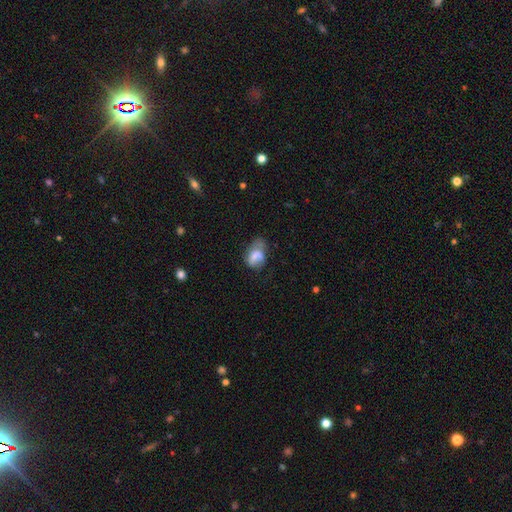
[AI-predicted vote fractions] Smooth or featured? smooth (65%)
How rounded? in between (77%)
Merging? minor disturbance (34%)